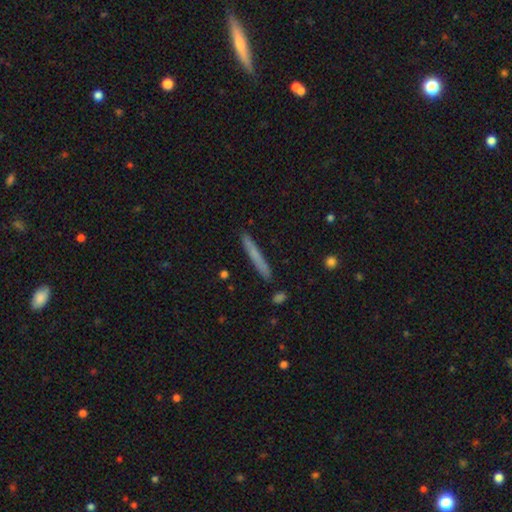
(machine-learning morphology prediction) Q: Smooth or featured?
A: smooth (65%); runner-up: featured or disk (29%)
Q: How rounded?
A: cigar-shaped (96%); runner-up: in between (2%)
Q: Merging?
A: none (89%); runner-up: minor disturbance (8%)